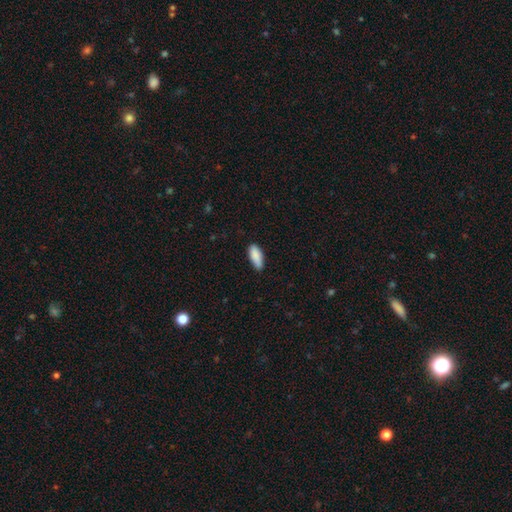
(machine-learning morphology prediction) Q: Smooth or featured?
A: smooth (89%); runner-up: star or artifact (6%)
Q: How rounded?
A: in between (81%); runner-up: cigar-shaped (17%)
Q: Merging?
A: none (76%); runner-up: minor disturbance (20%)